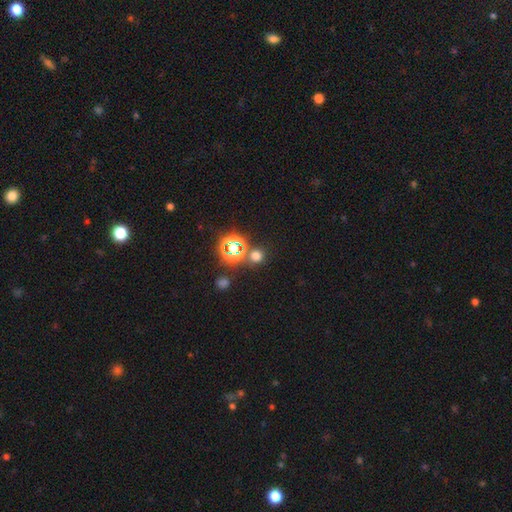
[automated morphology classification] smooth 61%, star or artifact 34%, featured or disk 6%. Down the decision tree: how rounded — round (88%); merging — none (77%).